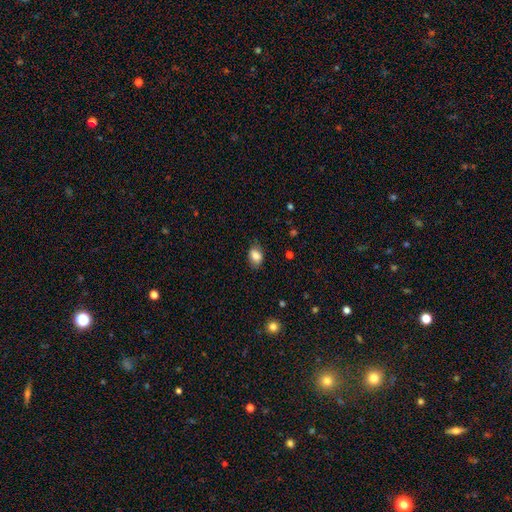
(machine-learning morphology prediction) smooth 84%, star or artifact 8%, featured or disk 7%. Down the decision tree: how rounded — in between (77%); merging — none (76%).